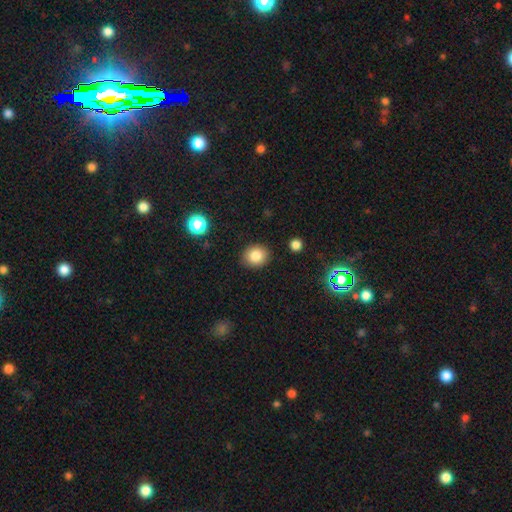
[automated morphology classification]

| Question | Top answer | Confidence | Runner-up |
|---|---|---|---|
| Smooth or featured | smooth | 83% | star or artifact (10%) |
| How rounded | round | 73% | in between (27%) |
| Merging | none | 89% | minor disturbance (8%) |